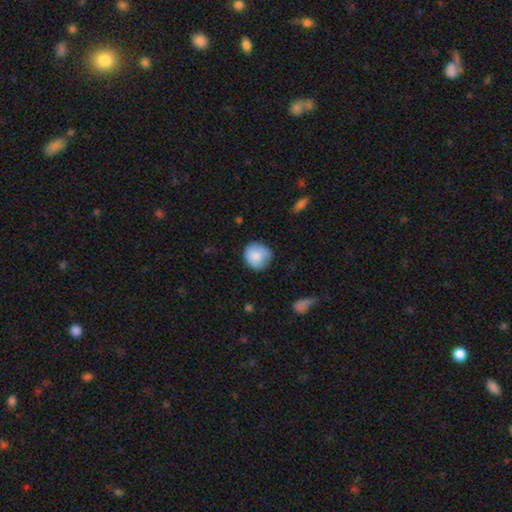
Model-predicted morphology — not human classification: Smooth or featured?
  - smooth: 83% *
  - featured or disk: 10%
  - star or artifact: 7%
How rounded?
  - round: 88% *
  - in between: 11%
  - cigar-shaped: 1%
Merging?
  - none: 75% *
  - minor disturbance: 19%
  - major disturbance: 4%
  - merger: 2%